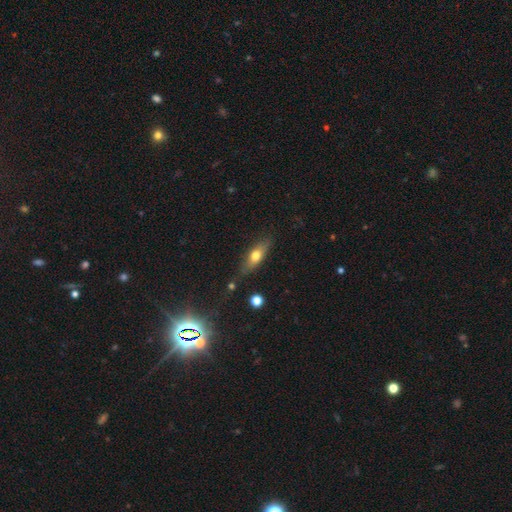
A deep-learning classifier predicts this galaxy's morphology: Smooth or featured? Predicted: smooth (p=0.59). How rounded? Predicted: in between (p=0.53). Merging? Predicted: none (p=0.75).